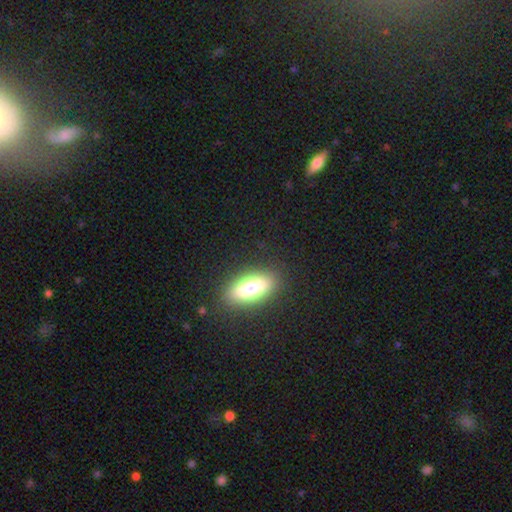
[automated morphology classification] This appears to be a smooth galaxy with no disk features (71%) that is in between round and cigar-shaped (75%). Merging: none (89%).